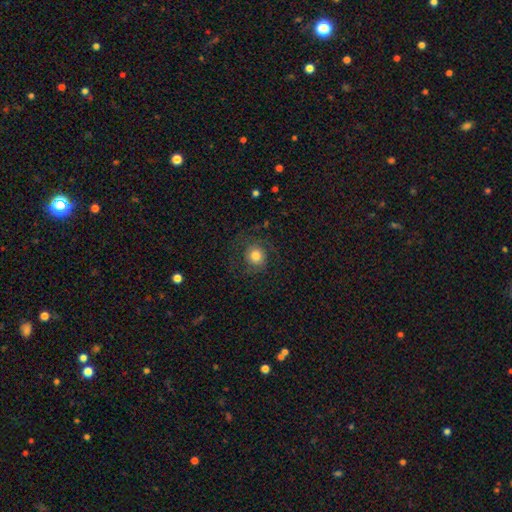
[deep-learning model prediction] This appears to be a smooth galaxy with no disk features (60%) that is round (89%). Merging: none (72%).